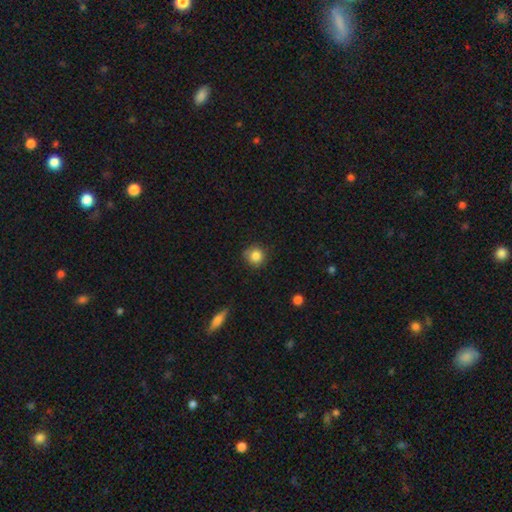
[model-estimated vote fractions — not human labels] smooth_or_featured: smooth (p=0.84) [alt: star or artifact p=0.10]
how_rounded: round (p=0.90) [alt: in between p=0.08]
merging: none (p=0.76) [alt: minor disturbance p=0.18]